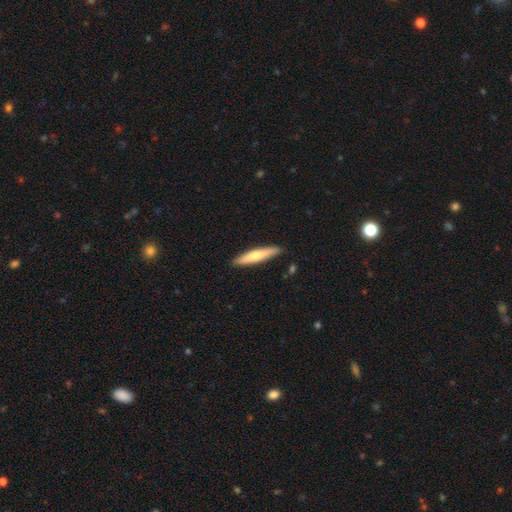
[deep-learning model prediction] A smooth galaxy with no disk features (65%) that is cigar-shaped (87%). Merging: none (89%).